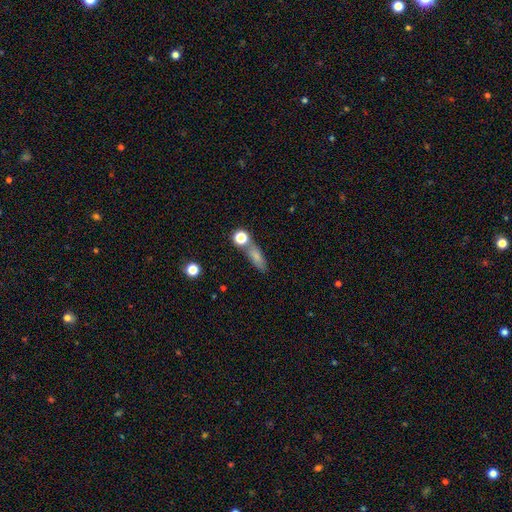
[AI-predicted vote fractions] Smooth or featured? smooth (74%)
How rounded? in between (46%)
Merging? none (61%)